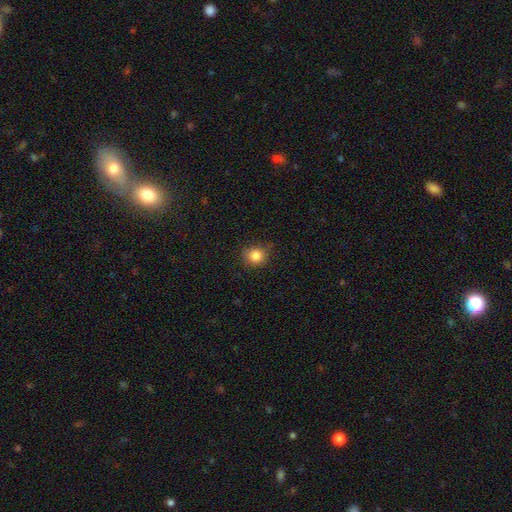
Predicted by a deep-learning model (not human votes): This is clearly a smooth galaxy (84%). How rounded: clearly round (86%). Merging: likely none (79%).